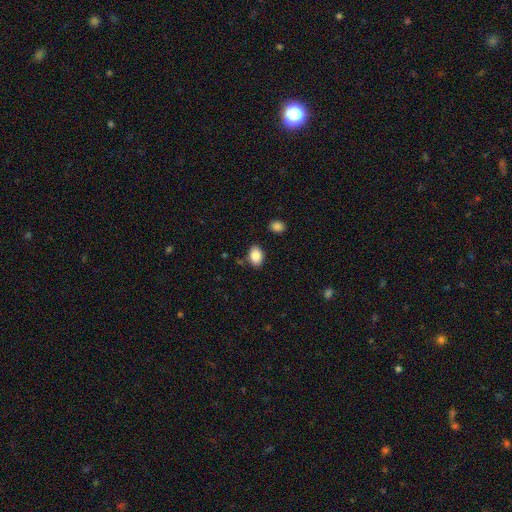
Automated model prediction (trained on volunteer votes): This appears to be a smooth galaxy with no disk features (86%) that is in between round and cigar-shaped (79%). Merging: none (83%).